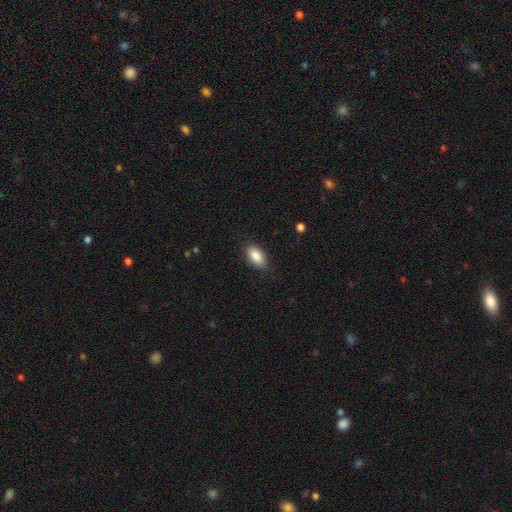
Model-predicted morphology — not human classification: Smooth or featured?
  - smooth: 88% *
  - star or artifact: 7%
  - featured or disk: 5%
How rounded?
  - in between: 93% *
  - round: 4%
  - cigar-shaped: 3%
Merging?
  - none: 87% *
  - minor disturbance: 9%
  - major disturbance: 2%
  - merger: 1%